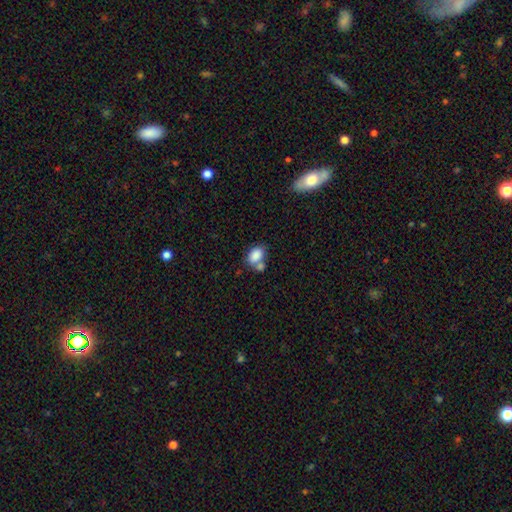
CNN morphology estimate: Smooth or featured? Predicted: smooth (p=0.84). How rounded? Predicted: in between (p=0.83). Merging? Predicted: none (p=0.42).